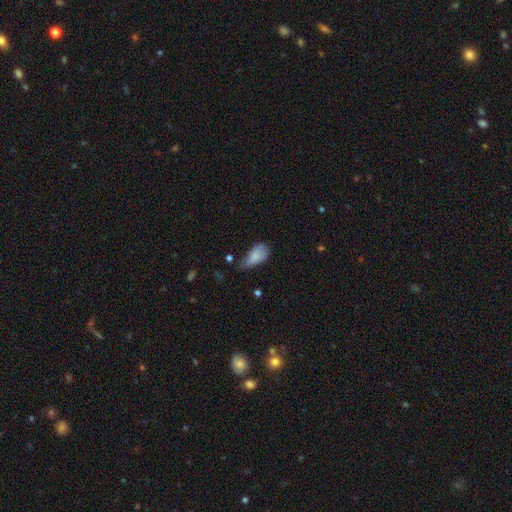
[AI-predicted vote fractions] A smooth galaxy with no disk features (79%) that is in between round and cigar-shaped (90%). Merging: minor disturbance (48%).